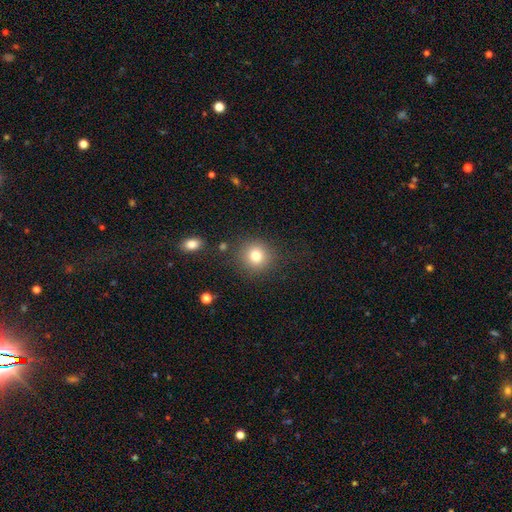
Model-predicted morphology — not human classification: smooth_or_featured: smooth (p=0.79) [alt: star or artifact p=0.12]
how_rounded: round (p=0.92) [alt: in between p=0.07]
merging: none (p=0.85) [alt: minor disturbance p=0.08]